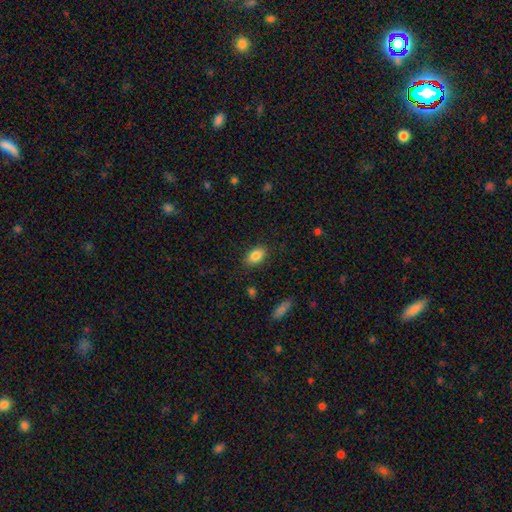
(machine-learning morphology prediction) A smooth galaxy with no disk features (86%) that is in between round and cigar-shaped (89%).

Vote fractions:
- Smooth or featured? smooth: 86% / star or artifact: 8% / featured or disk: 6%
- How rounded? in between: 89% / round: 9% / cigar-shaped: 2%
- Merging? none: 85% / minor disturbance: 11% / major disturbance: 3% / merger: 1%